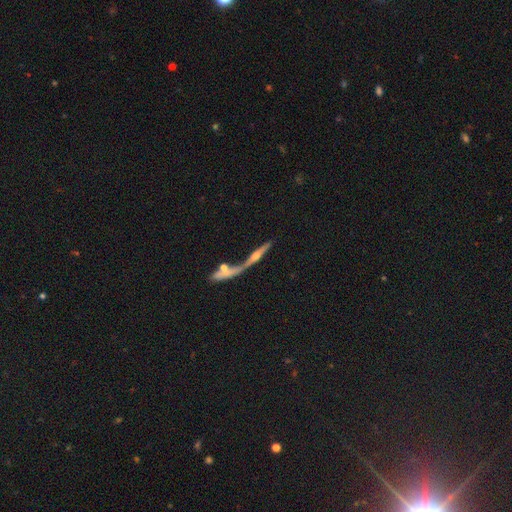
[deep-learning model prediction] smooth_or_featured: featured or disk (p=0.68) [alt: smooth p=0.22]
disk_edge_on: yes (p=0.82) [alt: no p=0.18]
edge_on_bulge: rounded (p=0.84) [alt: none p=0.10]
merging: merger (p=0.43) [alt: none p=0.35]